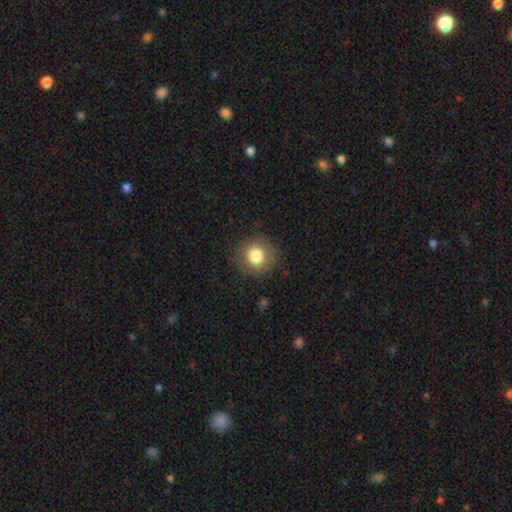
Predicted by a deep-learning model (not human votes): This appears to be a smooth galaxy with no disk features (82%) that is round (90%). Merging: none (86%).